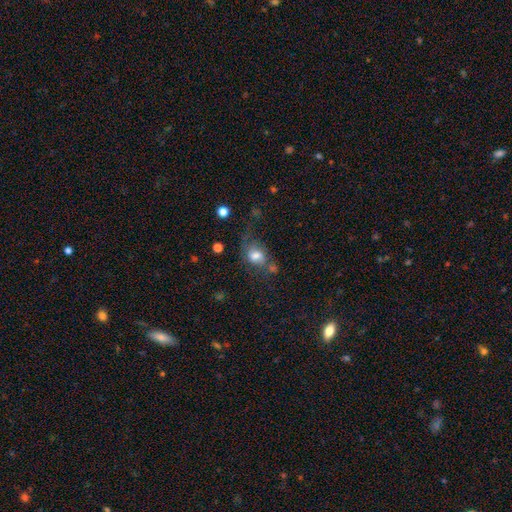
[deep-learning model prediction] Smooth or featured: smooth — 65% (featured or disk — 24%)
How rounded: in between — 60% (round — 38%)
Merging: none — 38% (minor disturbance — 25%)